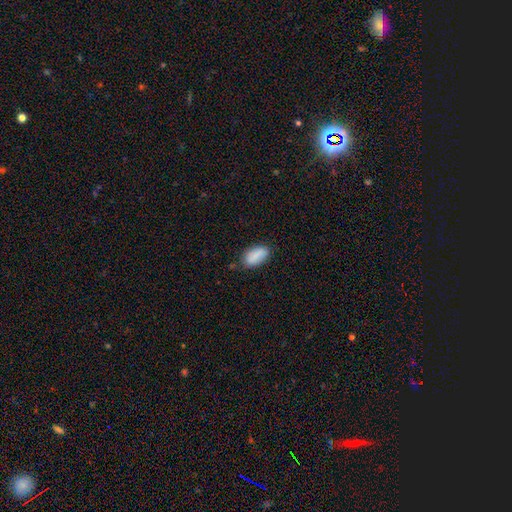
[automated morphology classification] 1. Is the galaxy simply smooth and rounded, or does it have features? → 85% smooth, 8% featured or disk, 7% star or artifact.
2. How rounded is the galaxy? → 91% in between, 6% cigar-shaped, 3% round.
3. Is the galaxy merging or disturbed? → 77% none, 18% minor disturbance, 3% major disturbance, 2% merger.